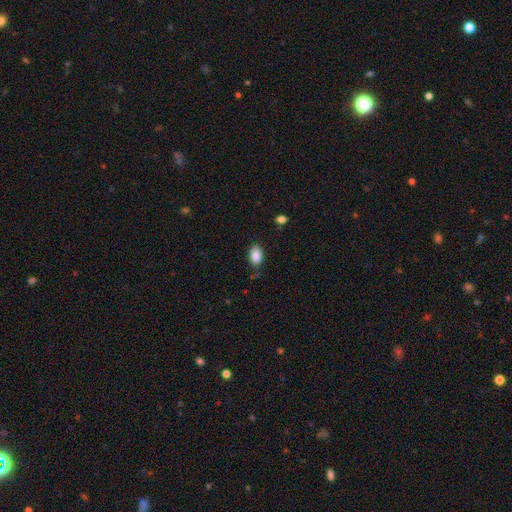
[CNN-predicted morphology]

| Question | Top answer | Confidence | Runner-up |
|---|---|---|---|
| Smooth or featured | smooth | 86% | star or artifact (8%) |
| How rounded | in between | 87% | round (11%) |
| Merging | none | 80% | minor disturbance (15%) |